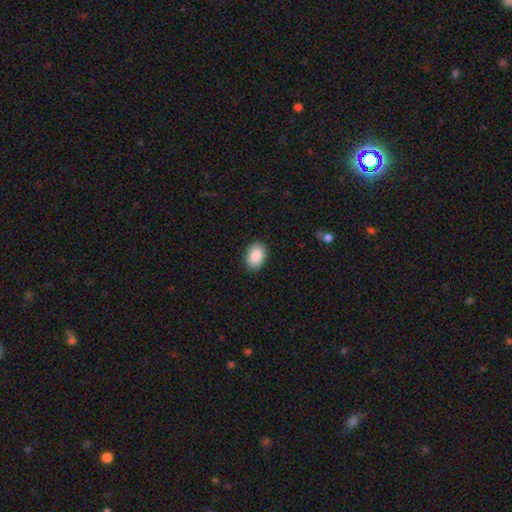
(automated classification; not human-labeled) The model was most divided on "how rounded": in between: 80%, round: 19%, cigar-shaped: 1%. More confident: smooth or featured — smooth (89%); merging — none (89%).